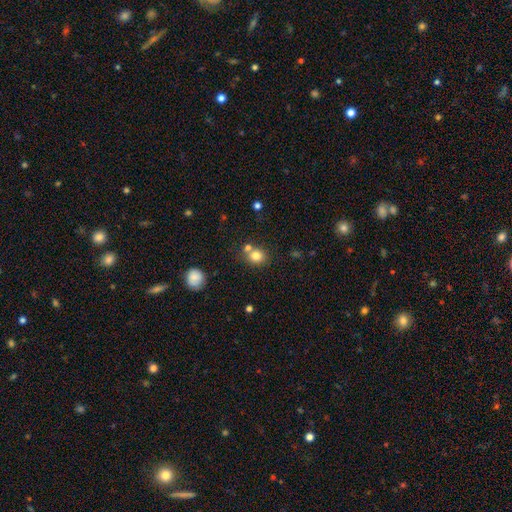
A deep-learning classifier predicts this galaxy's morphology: Overall: smooth (79%). How rounded: round (75%). Merging: none (61%; merger 26%).